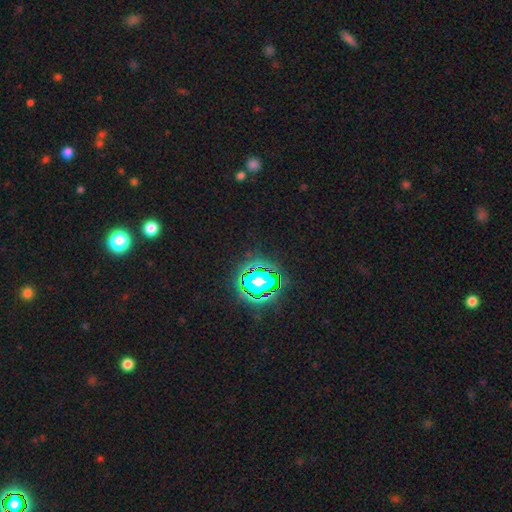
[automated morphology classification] Q: Smooth or featured?
A: star or artifact (80%); runner-up: smooth (13%)